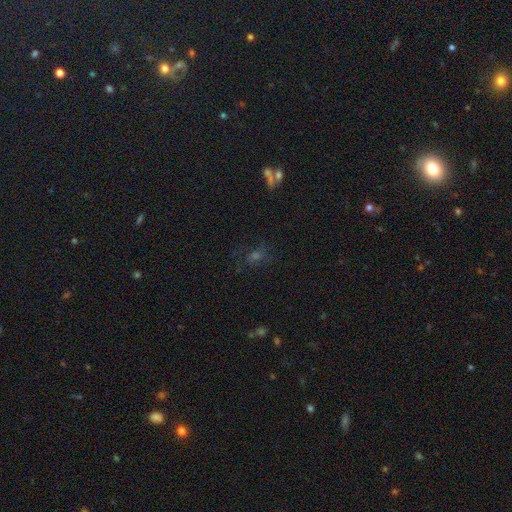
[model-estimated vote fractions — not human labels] Overall: star or artifact (43%; smooth 32%).